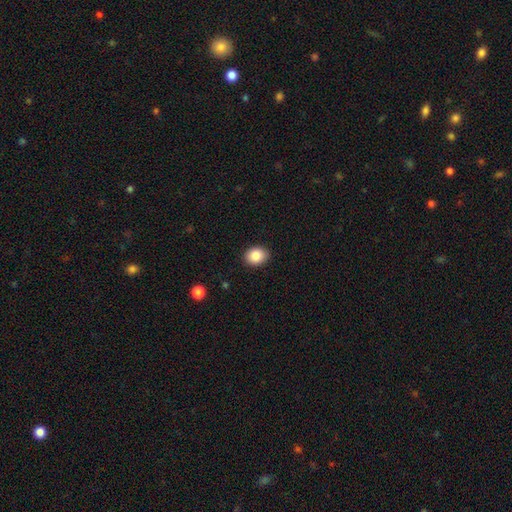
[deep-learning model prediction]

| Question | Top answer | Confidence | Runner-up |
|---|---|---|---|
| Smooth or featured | smooth | 87% | star or artifact (8%) |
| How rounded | in between | 58% | round (41%) |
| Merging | none | 90% | minor disturbance (7%) |